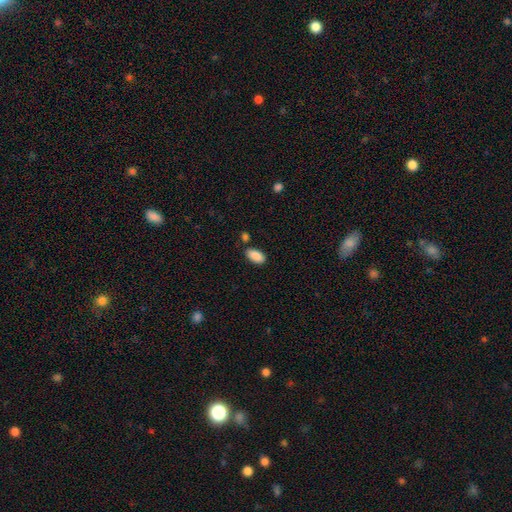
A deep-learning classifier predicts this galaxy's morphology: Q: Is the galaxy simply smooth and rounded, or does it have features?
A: smooth — 89%.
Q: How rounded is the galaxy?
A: in between — 94%.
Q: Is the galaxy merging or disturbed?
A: none — 81%.